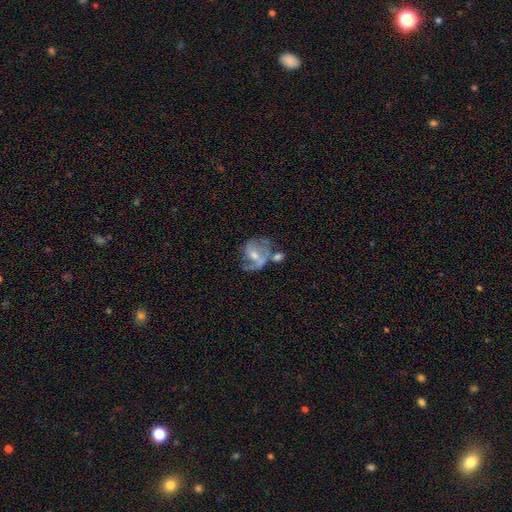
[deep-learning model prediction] Smooth or featured: featured or disk — 68% (smooth — 24%)
Edge-on disk: no — 97% (yes — 3%)
Bar: weak — 45% (no — 30%)
Spiral arms: yes — 76% (no — 24%)
Spiral winding: medium — 45% (loose — 35%)
Spiral arm count: 2 — 67% (1 — 14%)
Bulge size: small — 46% (tied with moderate — 46%)
Merging: none — 39% (minor disturbance — 21%)